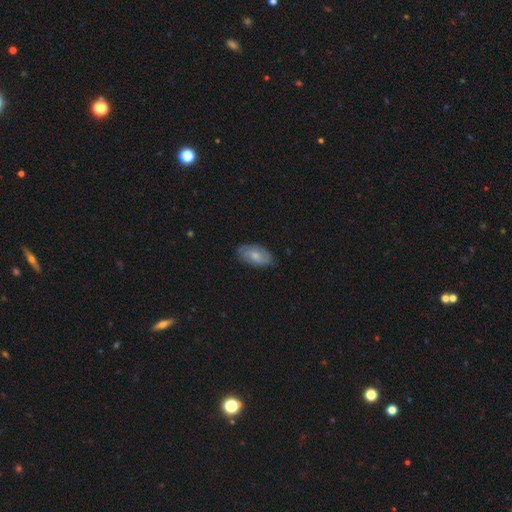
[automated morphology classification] Smooth or featured? smooth (51%)
How rounded? in between (92%)
Merging? none (78%)